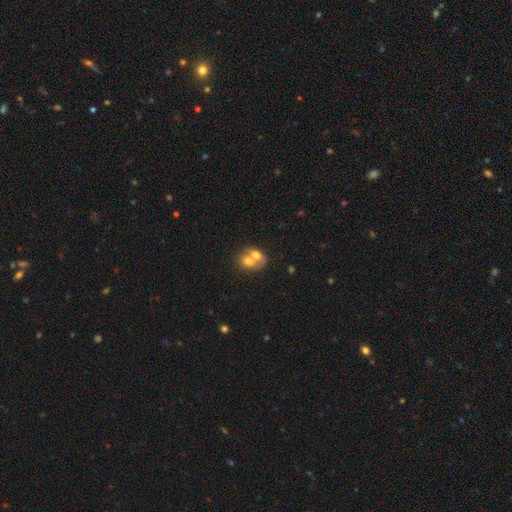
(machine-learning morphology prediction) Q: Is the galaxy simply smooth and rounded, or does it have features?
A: smooth — 63%.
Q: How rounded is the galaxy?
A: in between — 64%.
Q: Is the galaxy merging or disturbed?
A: merger — 72%.